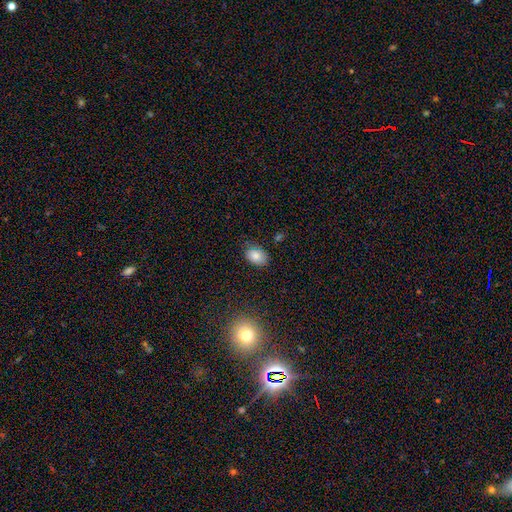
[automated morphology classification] A smooth galaxy with no disk features (82%) that is in between round and cigar-shaped (81%). Merging: none (76%).